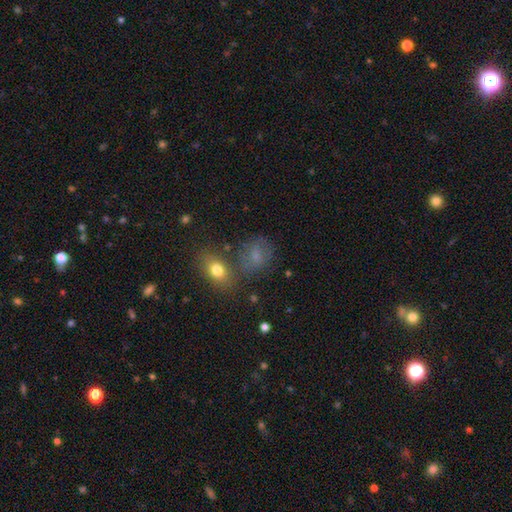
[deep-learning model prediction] smooth_or_featured: smooth (p=0.65) [alt: featured or disk p=0.18]
how_rounded: in between (p=0.51) [alt: round p=0.47]
merging: none (p=0.59) [alt: minor disturbance p=0.19]